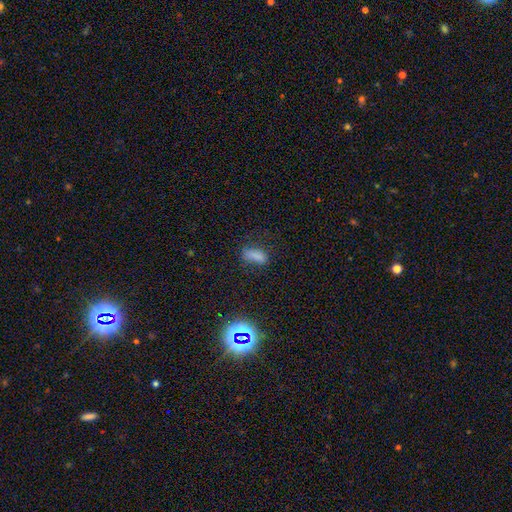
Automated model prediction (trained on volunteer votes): A smooth galaxy with no disk features (75%) that is in between round and cigar-shaped (73%). Merging: none (58%).